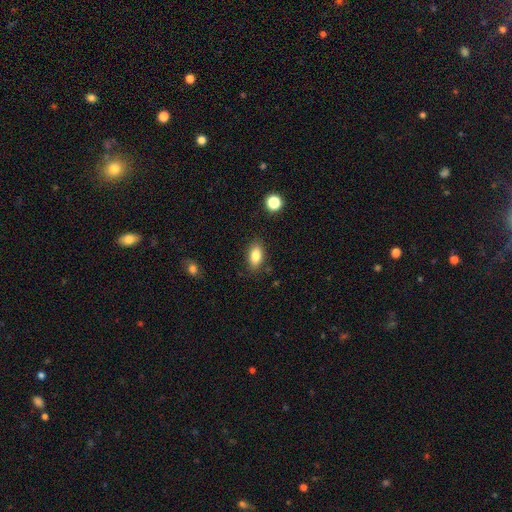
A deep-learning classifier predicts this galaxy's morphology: Smooth or featured? smooth (83%)
How rounded? in between (88%)
Merging? none (84%)